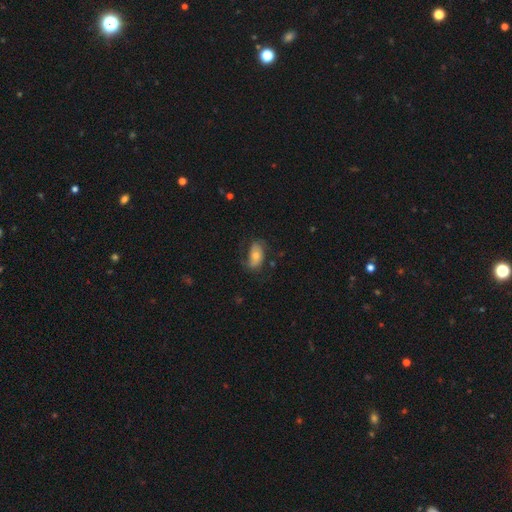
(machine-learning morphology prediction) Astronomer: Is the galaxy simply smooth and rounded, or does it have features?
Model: smooth — 56% (runner-up: featured or disk, 36%).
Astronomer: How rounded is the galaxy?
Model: in between — 90%.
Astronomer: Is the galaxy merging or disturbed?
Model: none — 63%.